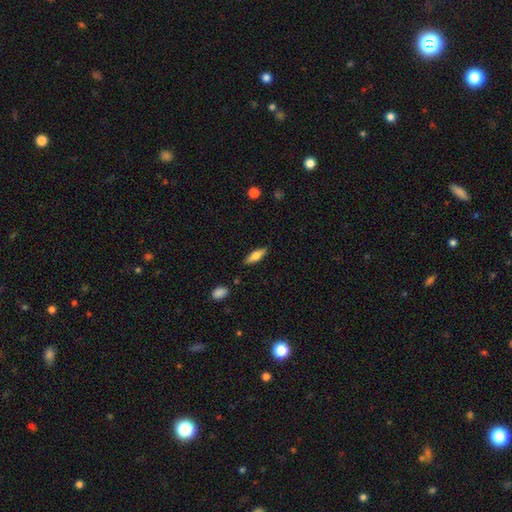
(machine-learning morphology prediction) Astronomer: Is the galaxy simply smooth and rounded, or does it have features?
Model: smooth — 62%.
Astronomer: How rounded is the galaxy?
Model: in between — 50% (runner-up: cigar-shaped, 47%).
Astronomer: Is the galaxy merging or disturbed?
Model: none — 86%.